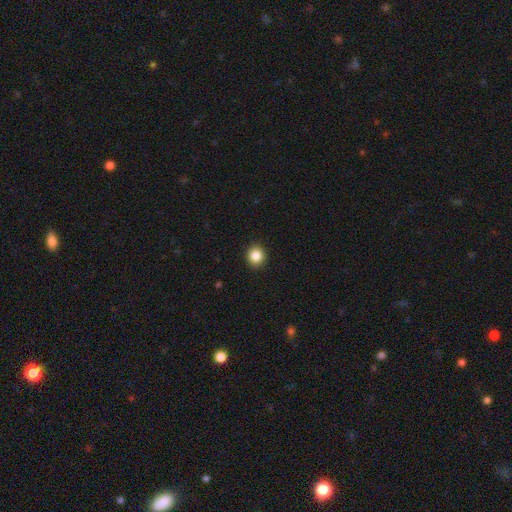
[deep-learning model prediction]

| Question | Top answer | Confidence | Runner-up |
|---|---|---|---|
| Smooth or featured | smooth | 86% | star or artifact (10%) |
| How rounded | round | 87% | in between (12%) |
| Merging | none | 92% | minor disturbance (5%) |